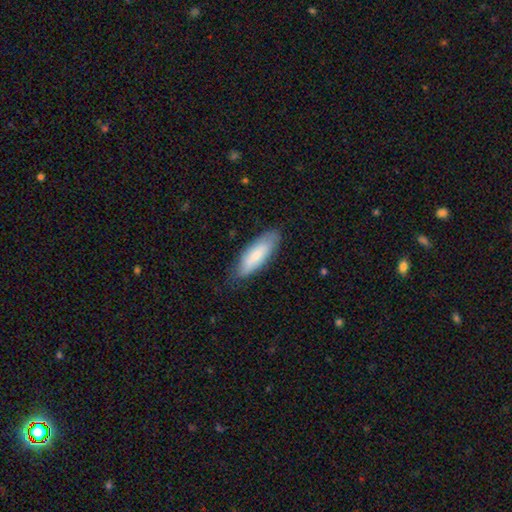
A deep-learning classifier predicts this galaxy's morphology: This appears to be a smooth galaxy with no disk features (75%) that is in between round and cigar-shaped (62%). Merging: none (77%).